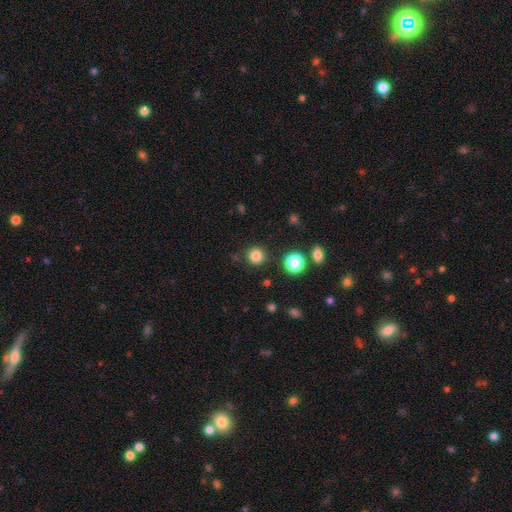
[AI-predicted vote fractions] smooth-or-featured: smooth: 82% | star or artifact: 13% | featured or disk: 4%
  how-rounded: round: 93% | in between: 6% | cigar-shaped: 1%
  merging: none: 88% | minor disturbance: 7% | major disturbance: 3% | merger: 3%